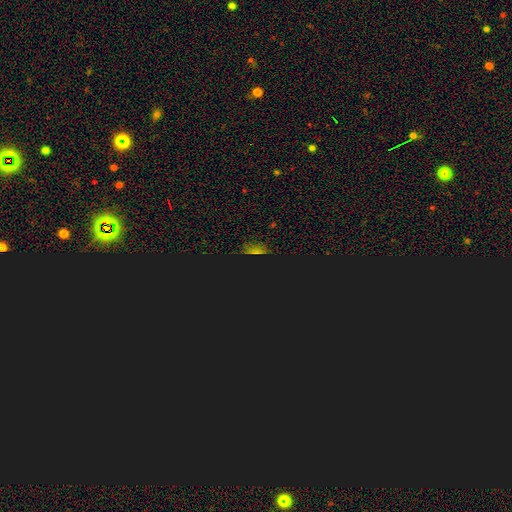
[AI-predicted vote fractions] This appears to be a star or artifact, not a galaxy (71%).